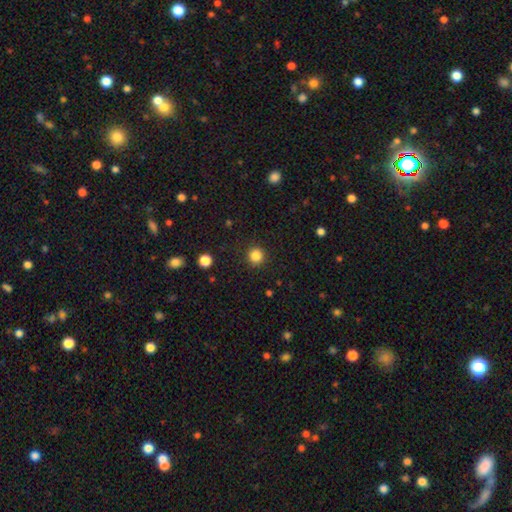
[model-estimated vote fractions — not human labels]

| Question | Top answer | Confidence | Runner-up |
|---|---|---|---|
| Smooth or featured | smooth | 85% | star or artifact (12%) |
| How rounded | round | 95% | in between (4%) |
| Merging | none | 91% | minor disturbance (6%) |